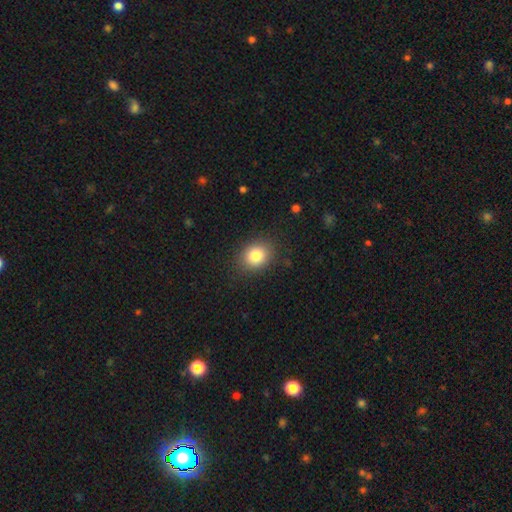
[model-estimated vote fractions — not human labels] A smooth galaxy with no disk features (82%) that is round (51%).

Vote fractions:
- Smooth or featured? smooth: 82% / star or artifact: 10% / featured or disk: 8%
- How rounded? round: 51% / in between: 48% / cigar-shaped: 1%
- Merging? none: 86% / minor disturbance: 10% / major disturbance: 3% / merger: 1%